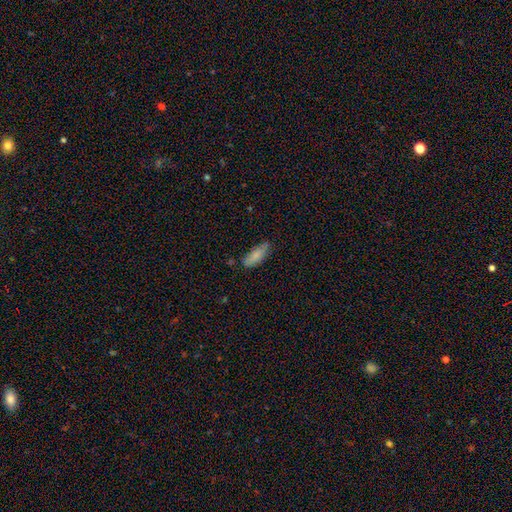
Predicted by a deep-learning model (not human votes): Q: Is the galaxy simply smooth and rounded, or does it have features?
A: smooth — 81%.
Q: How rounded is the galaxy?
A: in between — 67%.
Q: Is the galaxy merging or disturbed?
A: none — 68%.